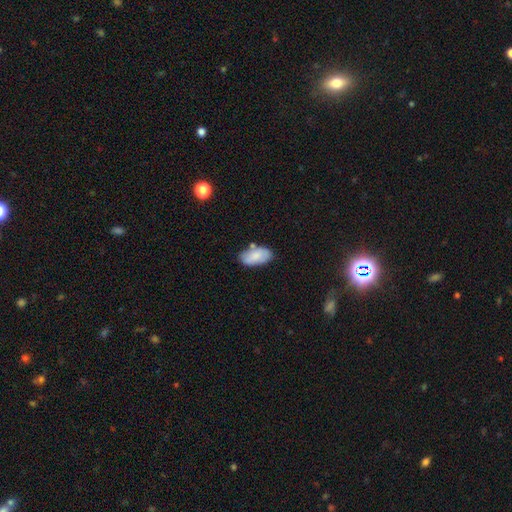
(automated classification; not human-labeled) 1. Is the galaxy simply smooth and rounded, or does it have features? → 76% smooth, 18% featured or disk, 7% star or artifact.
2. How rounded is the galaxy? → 94% in between, 3% cigar-shaped, 3% round.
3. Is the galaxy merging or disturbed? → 67% none, 20% minor disturbance, 8% merger, 4% major disturbance.